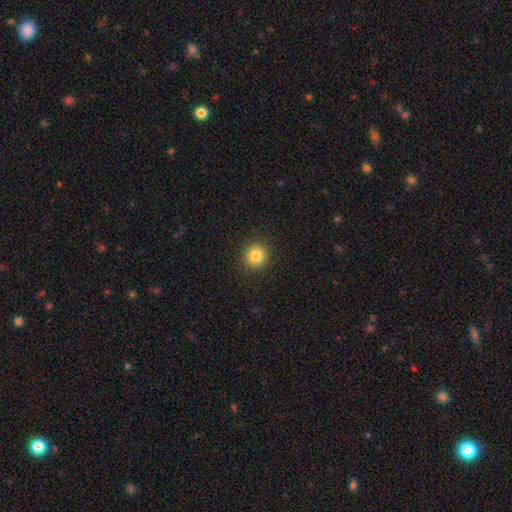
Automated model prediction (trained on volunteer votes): Smooth or featured?
  - smooth: 84% *
  - star or artifact: 11%
  - featured or disk: 5%
How rounded?
  - round: 90% *
  - in between: 9%
  - cigar-shaped: 1%
Merging?
  - none: 91% *
  - minor disturbance: 6%
  - major disturbance: 2%
  - merger: 1%